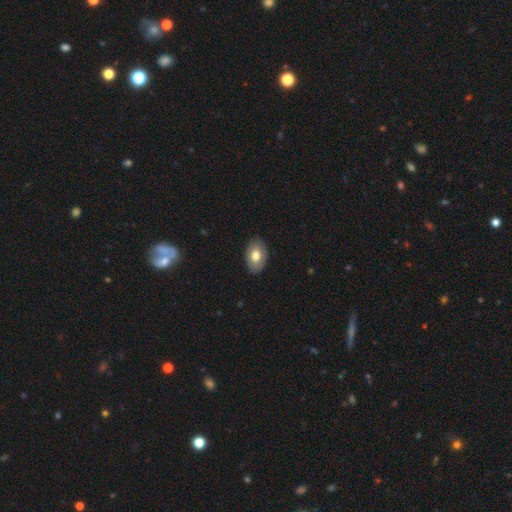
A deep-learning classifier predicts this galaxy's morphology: smooth 72%, featured or disk 22%, star or artifact 6%. Down the decision tree: how rounded — in between (87%); merging — none (86%).